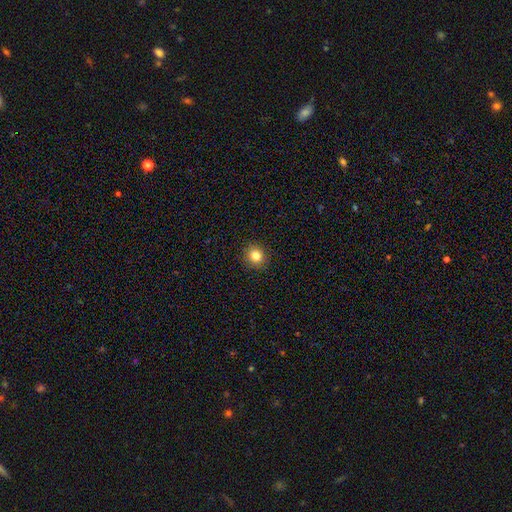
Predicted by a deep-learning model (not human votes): The model was most divided on "how rounded": round: 85%, in between: 14%, cigar-shaped: 1%. More confident: merging — none (91%); smooth or featured — smooth (82%).